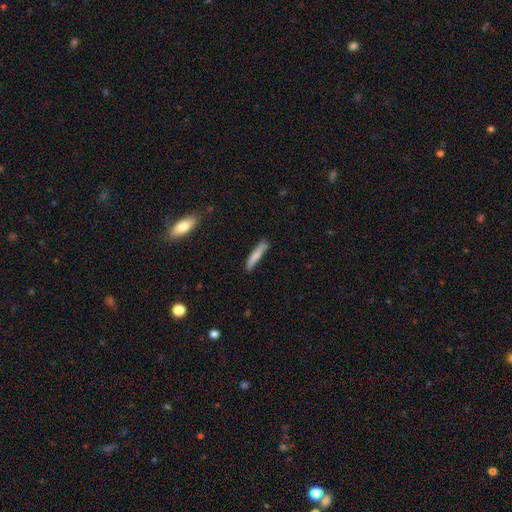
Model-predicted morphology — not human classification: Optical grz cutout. It shows a smooth galaxy with no disk features (76%) that is cigar-shaped (90%). Merging: none (75%).